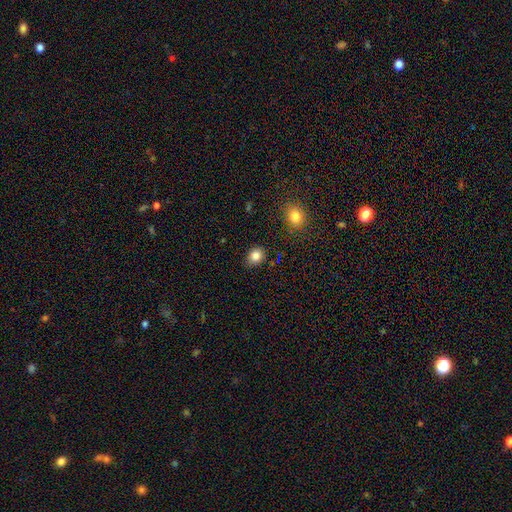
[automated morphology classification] Smooth or featured? Predicted: smooth (p=0.84). How rounded? Predicted: round (p=0.55). Merging? Predicted: none (p=0.83).